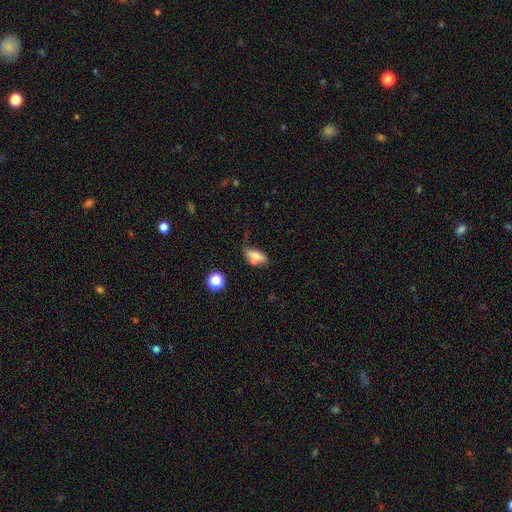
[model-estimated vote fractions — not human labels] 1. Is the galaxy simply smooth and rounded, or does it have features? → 67% smooth, 22% featured or disk, 11% star or artifact.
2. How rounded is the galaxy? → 71% in between, 21% cigar-shaped, 8% round.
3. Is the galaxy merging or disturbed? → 44% none, 23% minor disturbance, 22% merger, 11% major disturbance.